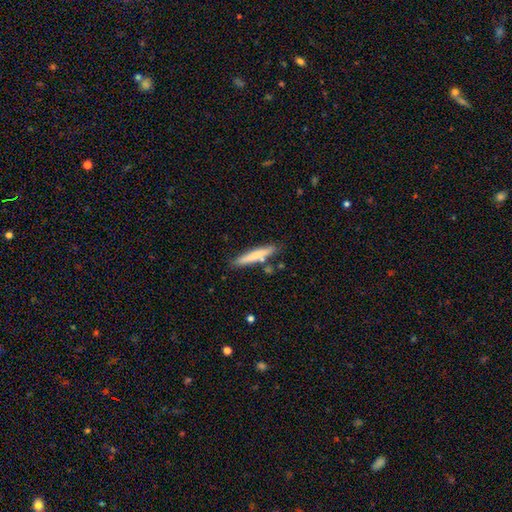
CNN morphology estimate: Smooth or featured? Predicted: smooth (p=0.71). How rounded? Predicted: cigar-shaped (p=0.93). Merging? Predicted: none (p=0.80).